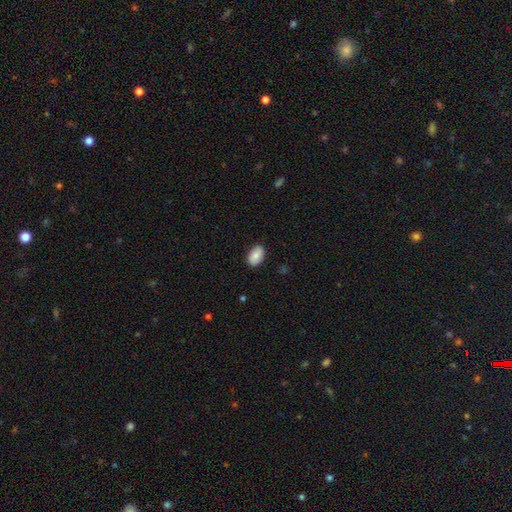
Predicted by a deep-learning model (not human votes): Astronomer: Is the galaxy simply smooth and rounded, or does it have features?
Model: smooth — 85%.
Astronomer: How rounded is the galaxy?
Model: in between — 92%.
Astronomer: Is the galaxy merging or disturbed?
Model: none — 85%.